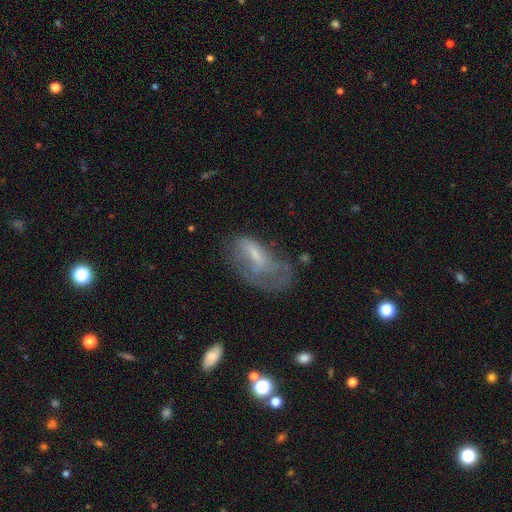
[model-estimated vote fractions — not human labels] The model was most divided on "smooth or featured": featured or disk: 48%, smooth: 42%, star or artifact: 10%. Remaining: merging — major disturbance (43%).